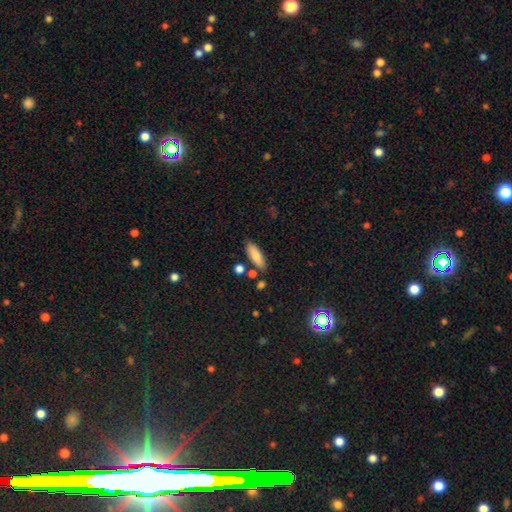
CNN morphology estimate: A smooth galaxy with no disk features (83%) that is in between round and cigar-shaped (61%). Merging: none (80%).